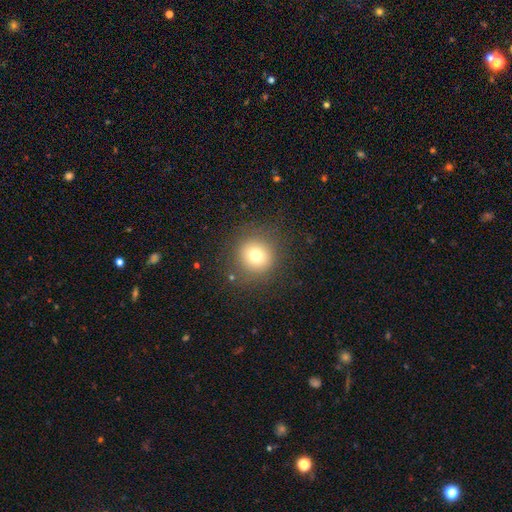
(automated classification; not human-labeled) This is likely a smooth galaxy (75%). How rounded: clearly round (93%). Merging: clearly none (86%).